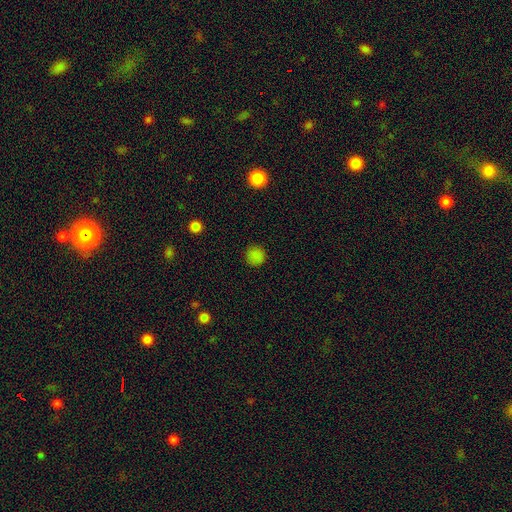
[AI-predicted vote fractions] Smooth or featured: smooth — 83% (star or artifact — 14%)
How rounded: round — 93% (in between — 6%)
Merging: none — 90% (minor disturbance — 7%)